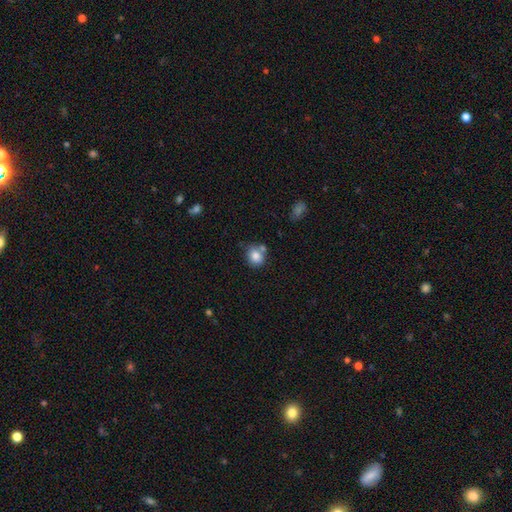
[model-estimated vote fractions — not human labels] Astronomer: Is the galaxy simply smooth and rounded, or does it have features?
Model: smooth — 83%.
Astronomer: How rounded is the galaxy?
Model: round — 66%.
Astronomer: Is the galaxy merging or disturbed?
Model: none — 60%.